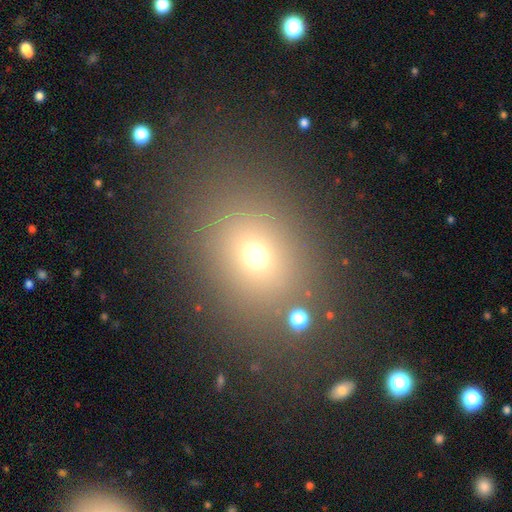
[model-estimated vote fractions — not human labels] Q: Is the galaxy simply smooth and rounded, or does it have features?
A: smooth — 67%.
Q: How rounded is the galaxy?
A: round — 50%.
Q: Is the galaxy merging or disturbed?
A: none — 80%.